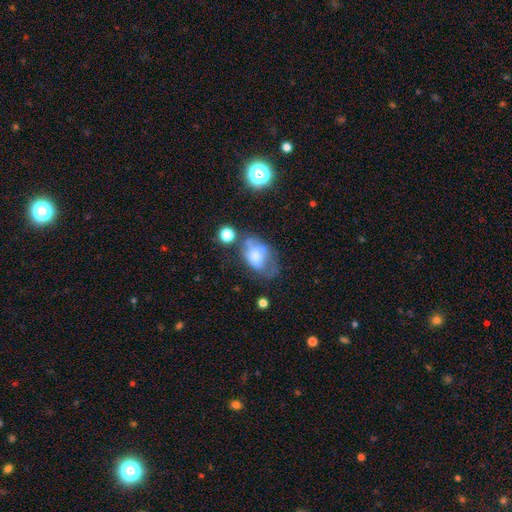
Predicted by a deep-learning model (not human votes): Smooth or featured: smooth — 52% (featured or disk — 37%)
How rounded: in between — 86% (round — 12%)
Merging: none — 28% (major disturbance — 27%)